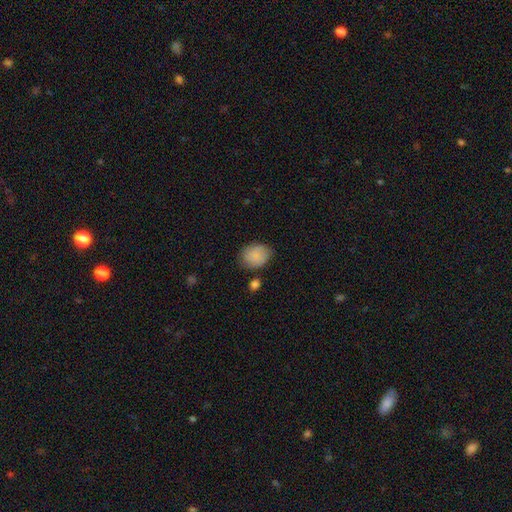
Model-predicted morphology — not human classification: Smooth or featured: smooth — 82% (featured or disk — 10%)
How rounded: in between — 53% (round — 46%)
Merging: none — 71% (minor disturbance — 20%)